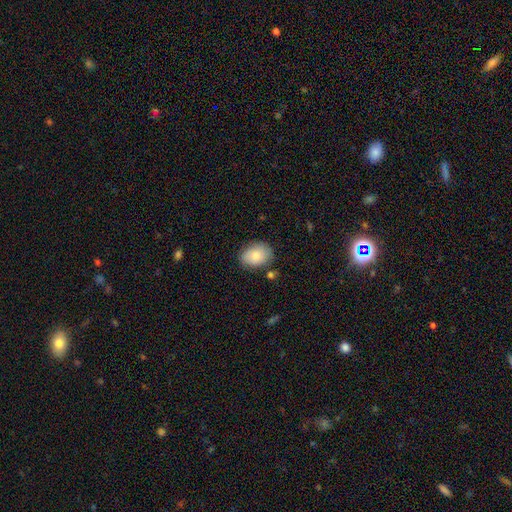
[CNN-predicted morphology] This is clearly a smooth galaxy (83%). How rounded: likely in between (76%). Merging: likely none (78%).